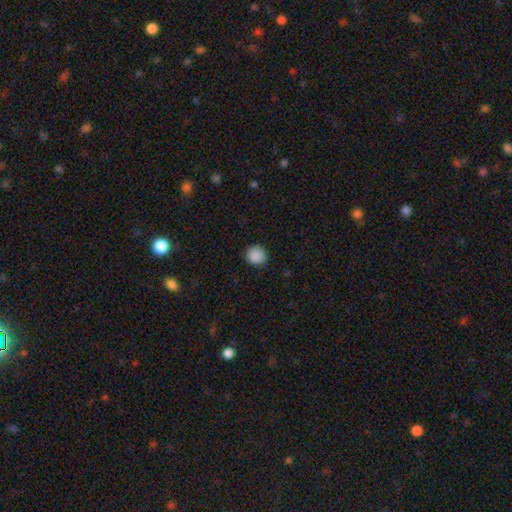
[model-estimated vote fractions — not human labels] Q: Smooth or featured?
A: smooth (89%); runner-up: star or artifact (8%)
Q: How rounded?
A: round (90%); runner-up: in between (9%)
Q: Merging?
A: none (89%); runner-up: minor disturbance (8%)